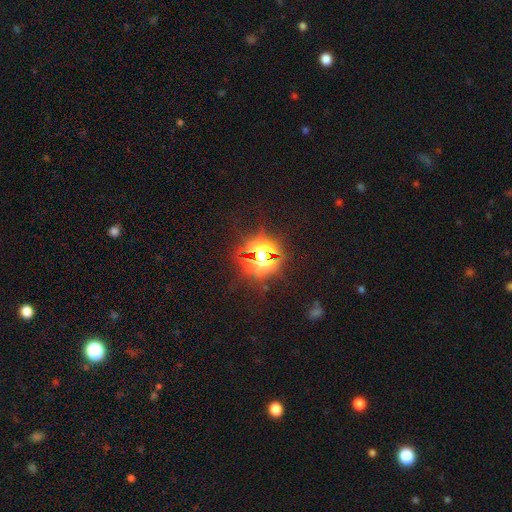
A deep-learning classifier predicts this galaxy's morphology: A star or artifact, not a galaxy (66%).